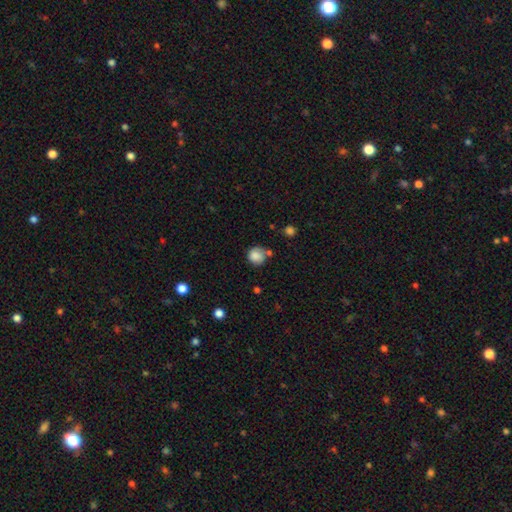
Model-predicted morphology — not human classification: This appears to be a smooth galaxy with no disk features (81%) that is round (84%). Merging: none (58%).